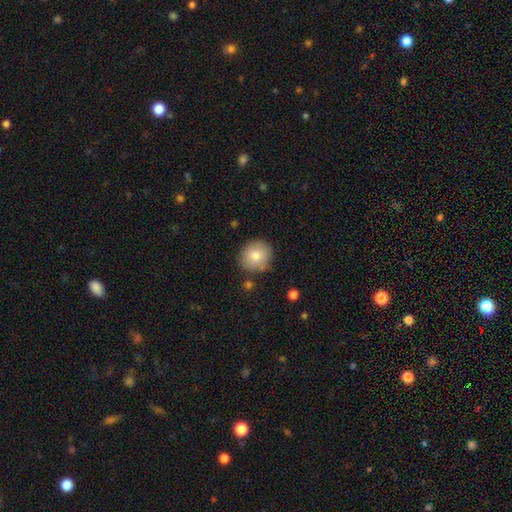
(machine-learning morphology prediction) type=smooth (79%); roundness=round (88%); merging=none (83%).